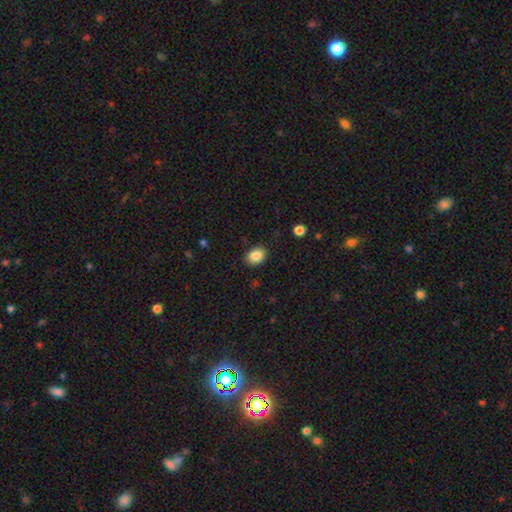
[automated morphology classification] This is clearly a smooth galaxy (87%). How rounded: likely in between (70%). Merging: clearly none (87%).